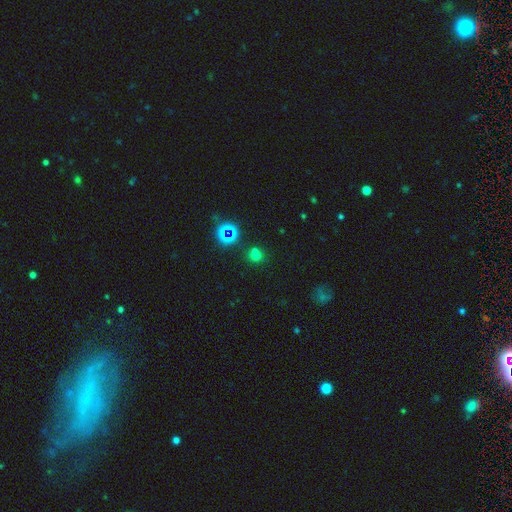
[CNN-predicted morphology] A smooth galaxy with no disk features (54%) that is round (84%). Merging: none (61%).